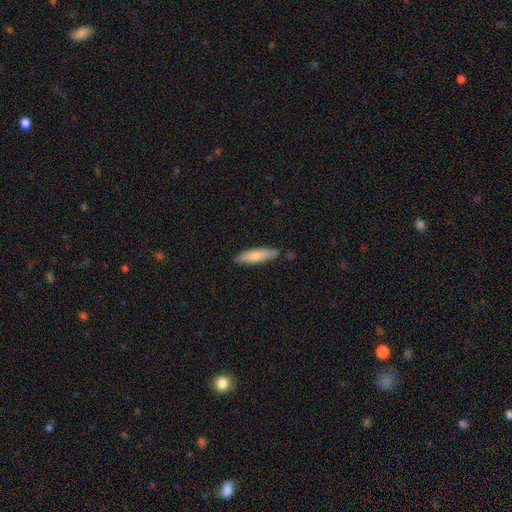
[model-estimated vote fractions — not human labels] Morphology: type=smooth (75%); roundness=cigar-shaped (71%); merging=none (84%).